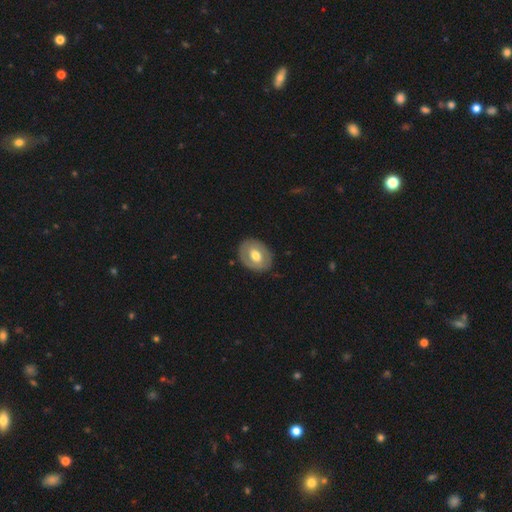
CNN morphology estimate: Smooth or featured?
  - smooth: 53% *
  - featured or disk: 41%
  - star or artifact: 6%
How rounded?
  - in between: 61% *
  - round: 38%
  - cigar-shaped: 1%
Merging?
  - none: 83% *
  - minor disturbance: 13%
  - major disturbance: 3%
  - merger: 1%